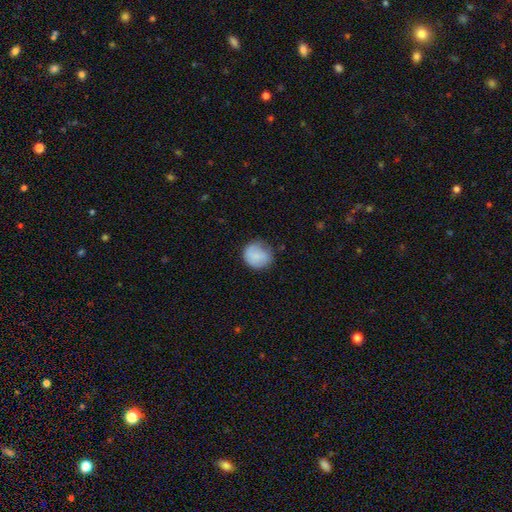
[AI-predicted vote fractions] A smooth galaxy with no disk features (82%) that is round (80%).

Vote fractions:
- Smooth or featured? smooth: 82% / featured or disk: 11% / star or artifact: 7%
- How rounded? round: 80% / in between: 19% / cigar-shaped: 1%
- Merging? none: 64% / minor disturbance: 27% / major disturbance: 8% / merger: 1%